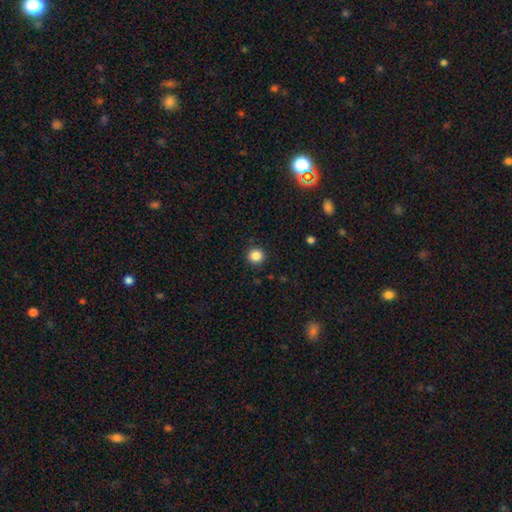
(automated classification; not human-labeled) Q: Smooth or featured?
A: smooth (86%); runner-up: star or artifact (11%)
Q: How rounded?
A: round (93%); runner-up: in between (6%)
Q: Merging?
A: none (91%); runner-up: minor disturbance (6%)